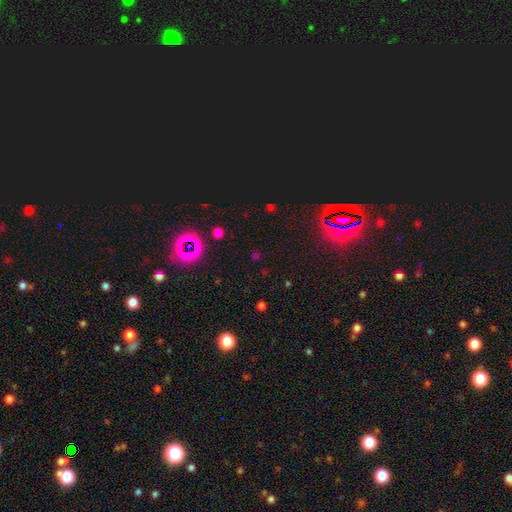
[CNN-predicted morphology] smooth_or_featured: star or artifact (p=0.62) [alt: smooth p=0.31]